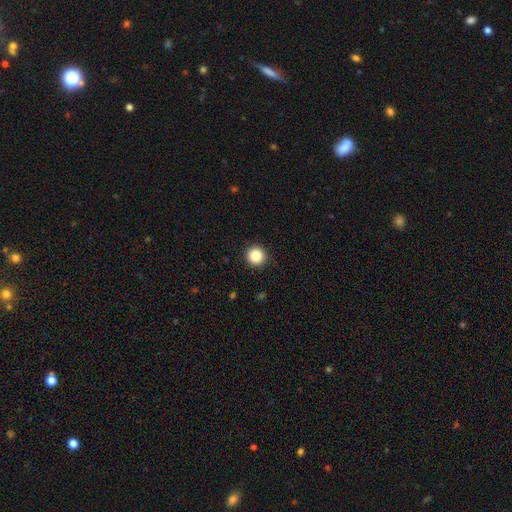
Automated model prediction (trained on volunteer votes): Smooth or featured? Predicted: smooth (p=0.86). How rounded? Predicted: round (p=0.96). Merging? Predicted: none (p=0.92).